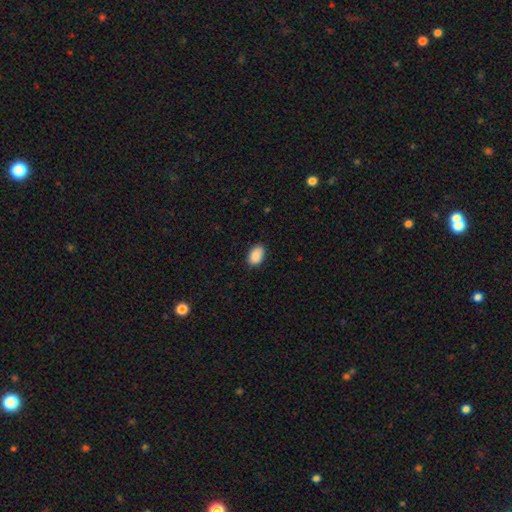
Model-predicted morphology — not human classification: This is clearly a smooth galaxy (90%). How rounded: clearly in between (91%). Merging: clearly none (85%).